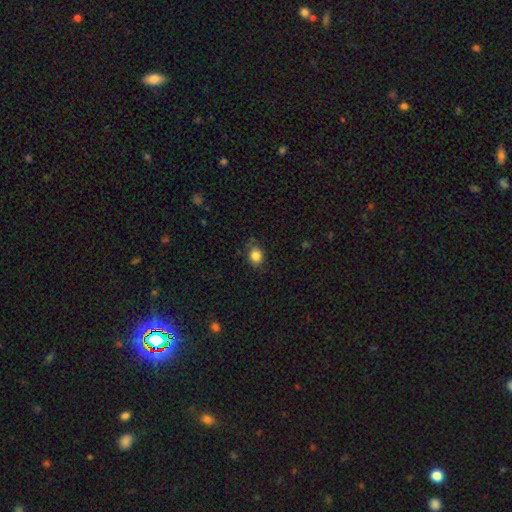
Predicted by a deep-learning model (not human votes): This appears to be a smooth galaxy with no disk features (84%) that is in between round and cigar-shaped (51%). Merging: none (75%).